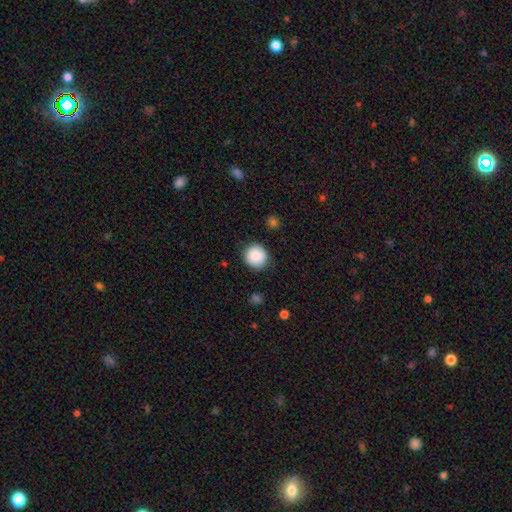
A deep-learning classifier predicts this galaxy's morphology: Smooth or featured?
  - smooth: 87% *
  - star or artifact: 8%
  - featured or disk: 5%
How rounded?
  - round: 92% *
  - in between: 7%
  - cigar-shaped: 1%
Merging?
  - none: 87% *
  - minor disturbance: 9%
  - major disturbance: 2%
  - merger: 1%